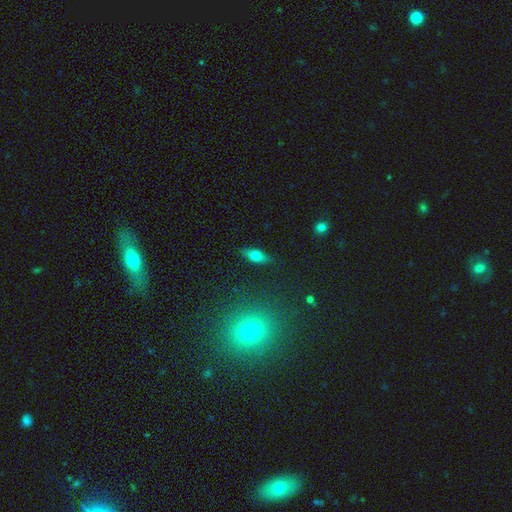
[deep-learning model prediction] The model was most divided on "smooth or featured": smooth: 64%, featured or disk: 27%, star or artifact: 9%. More confident: merging — none (85%); how rounded — in between (74%).